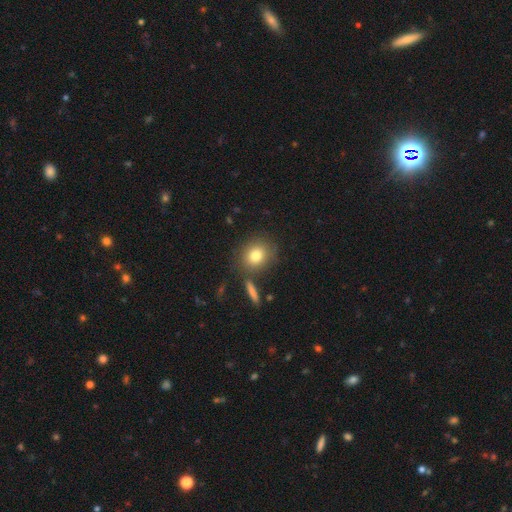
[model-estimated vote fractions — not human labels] Smooth or featured?
  - smooth: 79% *
  - featured or disk: 10%
  - star or artifact: 10%
How rounded?
  - round: 75% *
  - in between: 23%
  - cigar-shaped: 1%
Merging?
  - none: 78% *
  - minor disturbance: 10%
  - merger: 8%
  - major disturbance: 4%